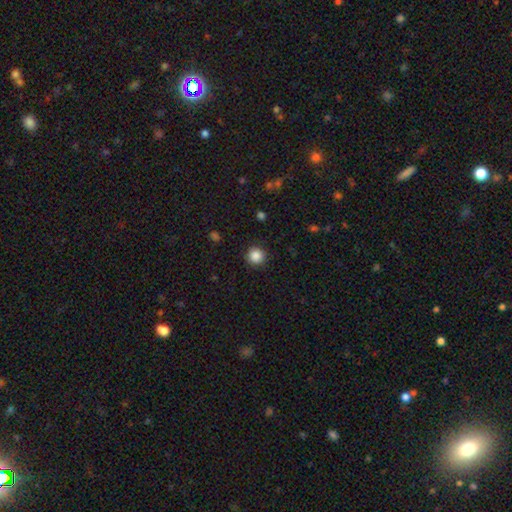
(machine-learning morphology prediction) Q: Smooth or featured?
A: smooth (87%); runner-up: star or artifact (10%)
Q: How rounded?
A: round (95%); runner-up: in between (4%)
Q: Merging?
A: none (91%); runner-up: minor disturbance (5%)